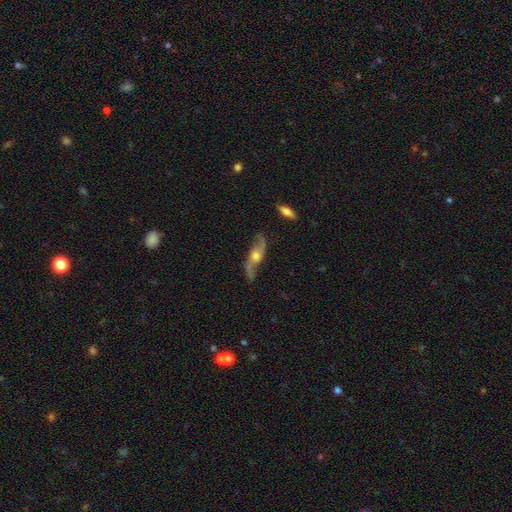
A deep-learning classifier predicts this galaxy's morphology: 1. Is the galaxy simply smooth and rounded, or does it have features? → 80% featured or disk, 13% smooth, 7% star or artifact.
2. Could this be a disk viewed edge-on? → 78% no, 22% yes.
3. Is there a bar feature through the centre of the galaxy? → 62% no, 30% weak, 8% strong.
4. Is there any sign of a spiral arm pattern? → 92% yes, 8% no.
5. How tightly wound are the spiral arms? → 79% loose, 16% medium, 4% tight.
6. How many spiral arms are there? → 91% 2, 3% can't tell, 3% 1, 1% 3, 1% 4, 1% more than 4.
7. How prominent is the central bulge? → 60% moderate, 21% small, 14% large, 3% none, 2% dominant.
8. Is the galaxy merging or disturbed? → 64% none, 20% minor disturbance, 11% major disturbance, 6% merger.